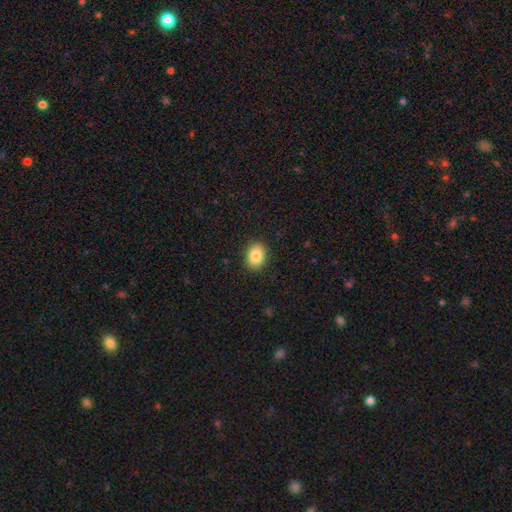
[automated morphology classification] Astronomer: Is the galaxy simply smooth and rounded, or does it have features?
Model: smooth — 84%.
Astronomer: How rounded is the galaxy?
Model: in between — 66%.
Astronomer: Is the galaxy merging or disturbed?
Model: none — 90%.